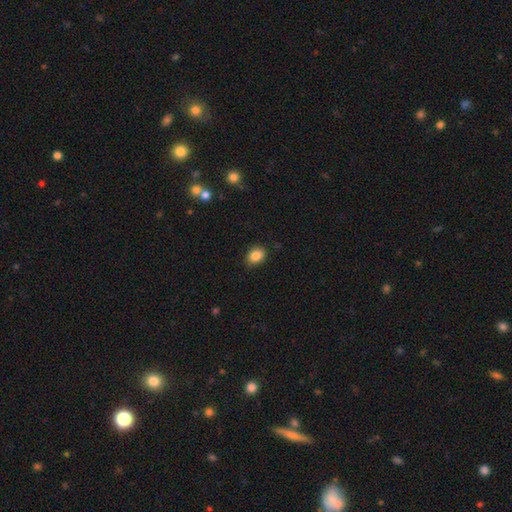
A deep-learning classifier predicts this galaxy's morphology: This is clearly a smooth galaxy (87%). How rounded: possibly in between (57%). Merging: clearly none (84%).